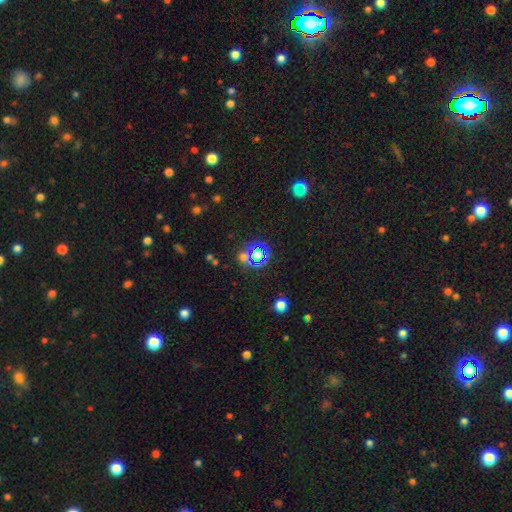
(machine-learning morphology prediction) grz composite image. It shows a star or artifact, not a galaxy (65%).